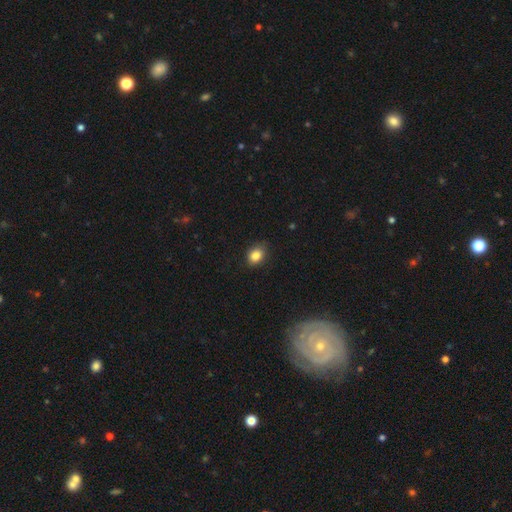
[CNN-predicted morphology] smooth-or-featured: smooth: 84% | star or artifact: 10% | featured or disk: 6%
  how-rounded: in between: 61% | round: 38% | cigar-shaped: 1%
  merging: none: 78% | minor disturbance: 18% | major disturbance: 3% | merger: 1%